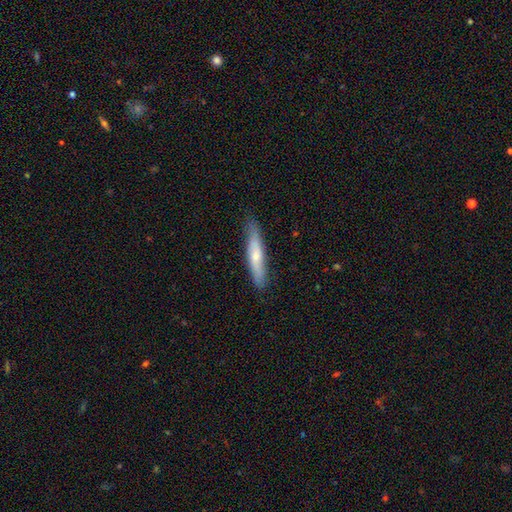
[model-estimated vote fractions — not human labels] Smooth or featured?
  - smooth: 58% *
  - featured or disk: 36%
  - star or artifact: 6%
How rounded?
  - cigar-shaped: 88% *
  - in between: 11%
  - round: 1%
Merging?
  - none: 82% *
  - minor disturbance: 15%
  - major disturbance: 2%
  - merger: 1%